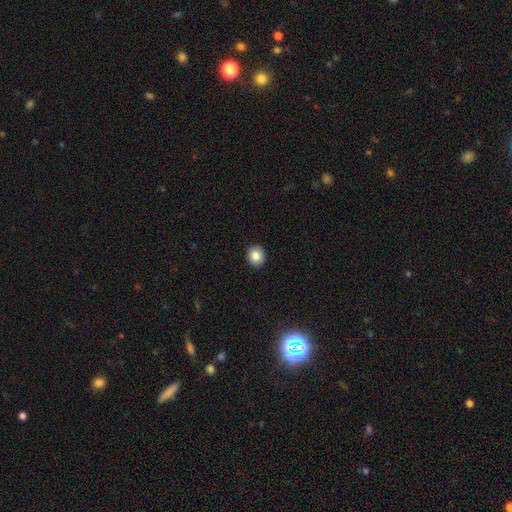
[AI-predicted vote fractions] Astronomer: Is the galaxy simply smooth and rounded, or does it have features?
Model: smooth — 84%.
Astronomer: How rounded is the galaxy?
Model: round — 82%.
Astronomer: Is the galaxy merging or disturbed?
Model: none — 92%.